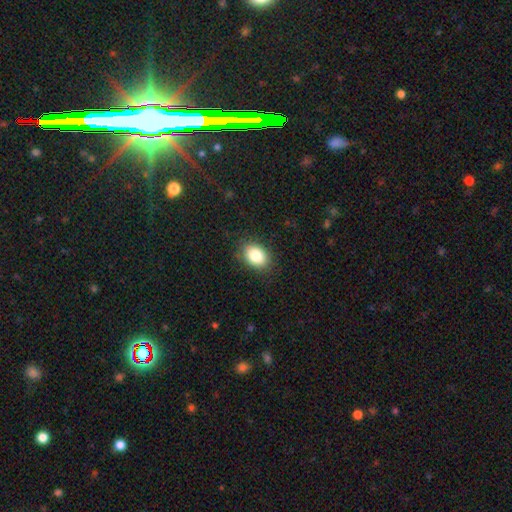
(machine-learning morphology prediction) A smooth galaxy with no disk features (84%) that is in between round and cigar-shaped (73%). Merging: none (85%).